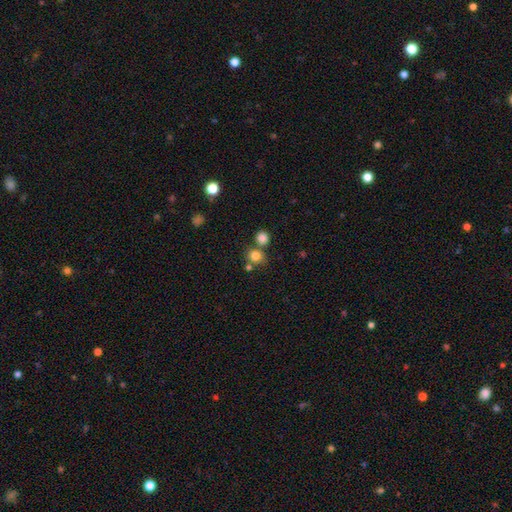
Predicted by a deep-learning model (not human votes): Q: Smooth or featured?
A: smooth (80%); runner-up: star or artifact (13%)
Q: How rounded?
A: round (84%); runner-up: in between (15%)
Q: Merging?
A: none (64%); runner-up: merger (24%)